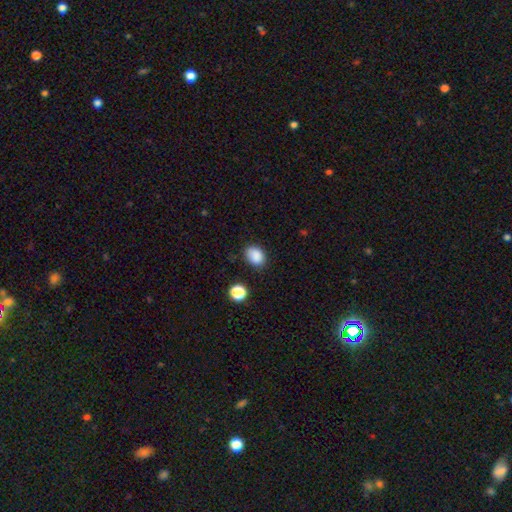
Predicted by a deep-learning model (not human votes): Morphology: type=smooth (87%); roundness=in between (69%); merging=none (81%).